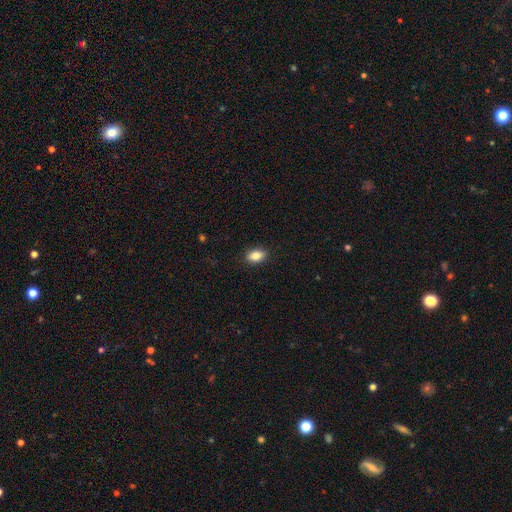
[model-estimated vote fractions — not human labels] Smooth or featured? Predicted: smooth (p=0.85). How rounded? Predicted: in between (p=0.84). Merging? Predicted: none (p=0.89).